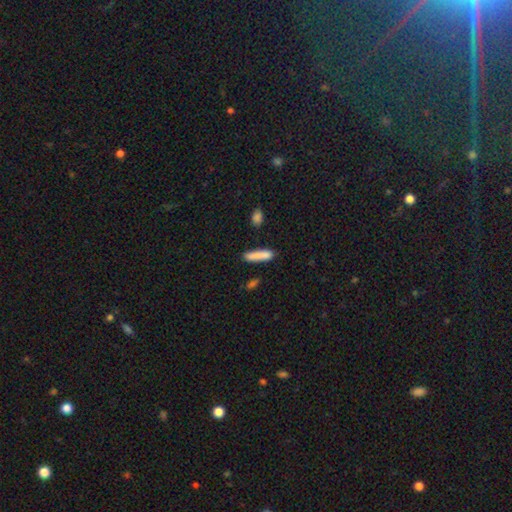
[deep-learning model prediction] smooth-or-featured: smooth: 84% | featured or disk: 9% | star or artifact: 7%
  how-rounded: cigar-shaped: 82% | in between: 16% | round: 2%
  merging: none: 79% | minor disturbance: 13% | merger: 5% | major disturbance: 3%